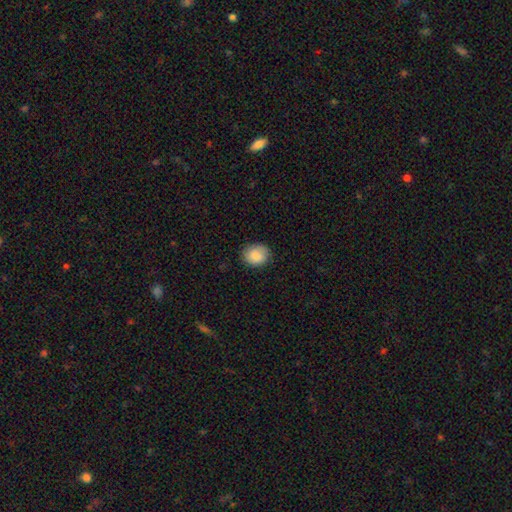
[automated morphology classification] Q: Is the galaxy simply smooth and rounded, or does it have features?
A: smooth — 87%.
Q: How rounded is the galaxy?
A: round — 62%.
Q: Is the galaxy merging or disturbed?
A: none — 83%.